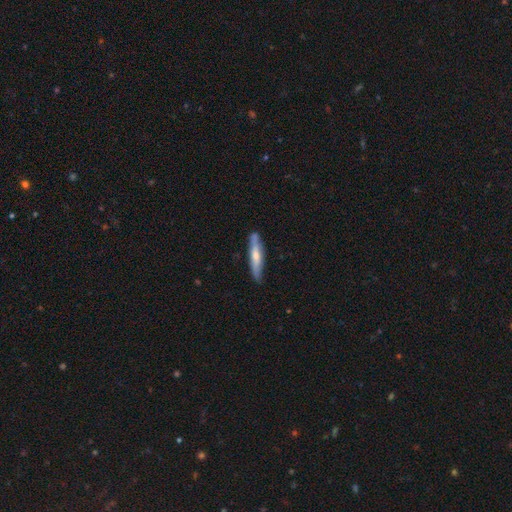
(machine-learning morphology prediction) A smooth galaxy with no disk features (51%) that is cigar-shaped (88%).

Vote fractions:
- Smooth or featured? smooth: 51% / featured or disk: 44% / star or artifact: 5%
- How rounded? cigar-shaped: 88% / in between: 11% / round: 1%
- Merging? none: 79% / minor disturbance: 16% / merger: 3% / major disturbance: 3%